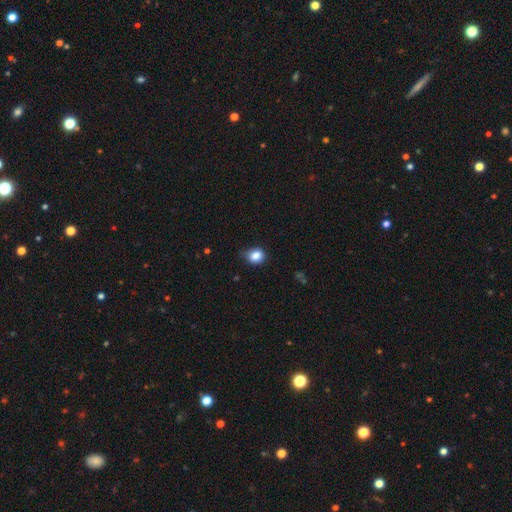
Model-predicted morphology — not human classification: Smooth or featured? Predicted: smooth (p=0.84). How rounded? Predicted: round (p=0.62). Merging? Predicted: none (p=0.65).